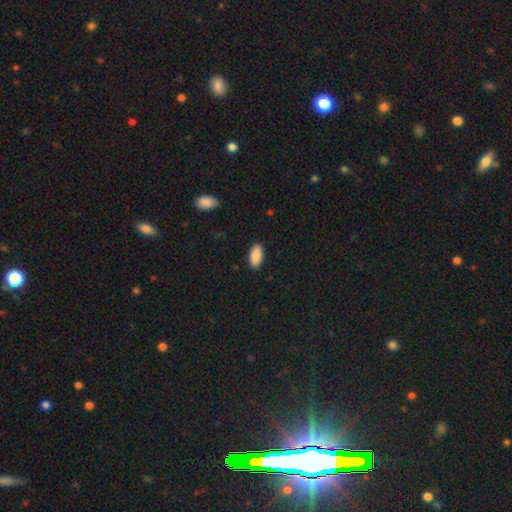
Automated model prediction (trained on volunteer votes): smooth_or_featured: smooth (p=0.90) [alt: star or artifact p=0.07]
how_rounded: in between (p=0.93) [alt: cigar-shaped p=0.04]
merging: none (p=0.89) [alt: minor disturbance p=0.08]